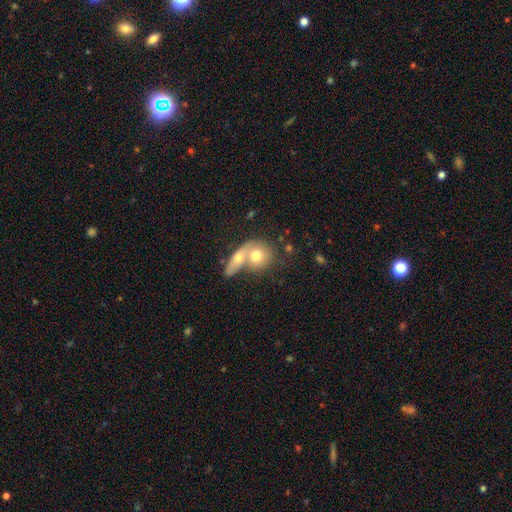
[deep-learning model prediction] smooth 65%, featured or disk 28%, star or artifact 7%. Down the decision tree: how rounded — round (61%); merging — merger (61%).